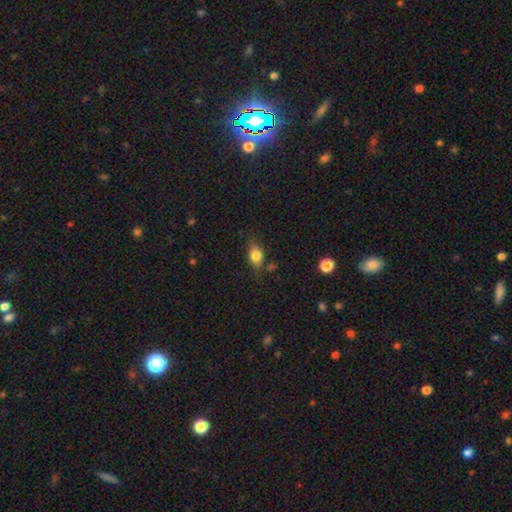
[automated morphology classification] smooth-or-featured: smooth: 74% | featured or disk: 16% | star or artifact: 10%
  how-rounded: in between: 72% | round: 21% | cigar-shaped: 6%
  merging: none: 70% | minor disturbance: 21% | major disturbance: 6% | merger: 3%